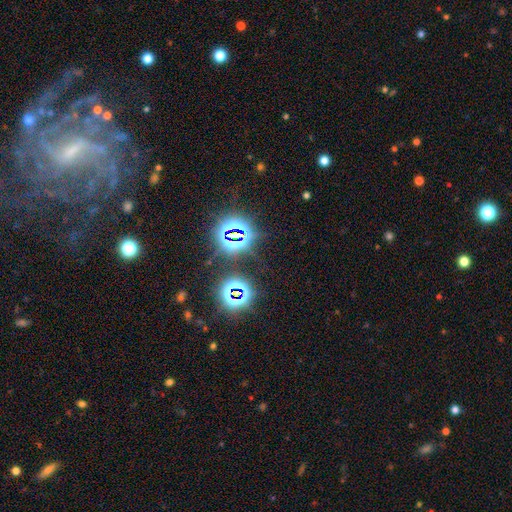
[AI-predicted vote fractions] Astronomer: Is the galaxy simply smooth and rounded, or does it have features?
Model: star or artifact — 45% (runner-up: featured or disk, 39%).